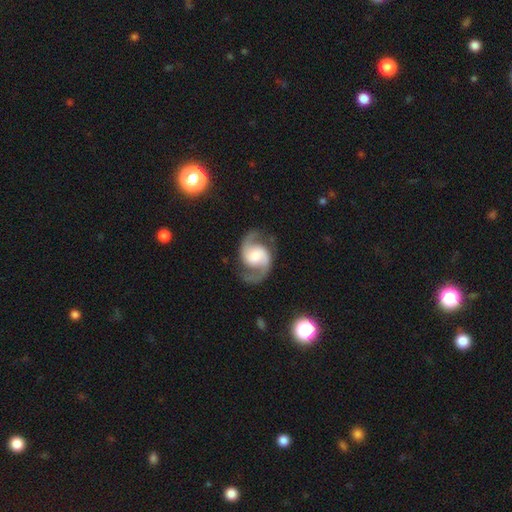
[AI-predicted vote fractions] smooth_or_featured: featured or disk (p=0.91) [alt: smooth p=0.05]
disk_edge_on: no (p=0.98) [alt: yes p=0.02]
bar: no (p=0.56) [alt: weak p=0.33]
has_spiral_arms: yes (p=0.98) [alt: no p=0.02]
spiral_winding: medium (p=0.53) [alt: loose p=0.35]
spiral_arm_count: 2 (p=0.95) [alt: can't tell p=0.01]
bulge_size: large (p=0.33) [alt: moderate p=0.30]
merging: none (p=0.80) [alt: minor disturbance p=0.12]